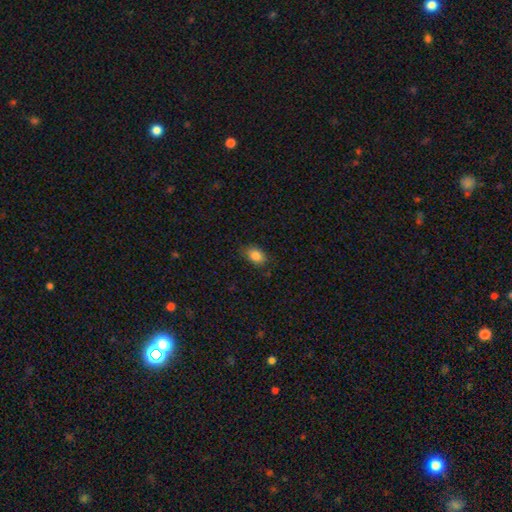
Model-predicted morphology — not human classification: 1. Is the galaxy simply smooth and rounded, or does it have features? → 85% smooth, 9% star or artifact, 6% featured or disk.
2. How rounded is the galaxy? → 83% in between, 16% round, 2% cigar-shaped.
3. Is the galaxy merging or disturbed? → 79% none, 17% minor disturbance, 3% major disturbance, 1% merger.